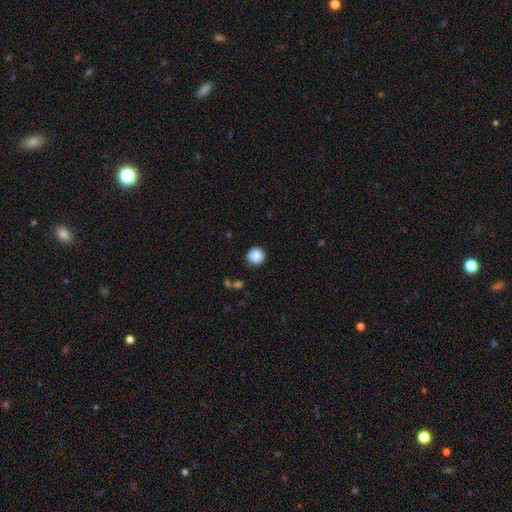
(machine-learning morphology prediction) Overall: smooth (88%). How rounded: round (93%). Merging: none (85%).